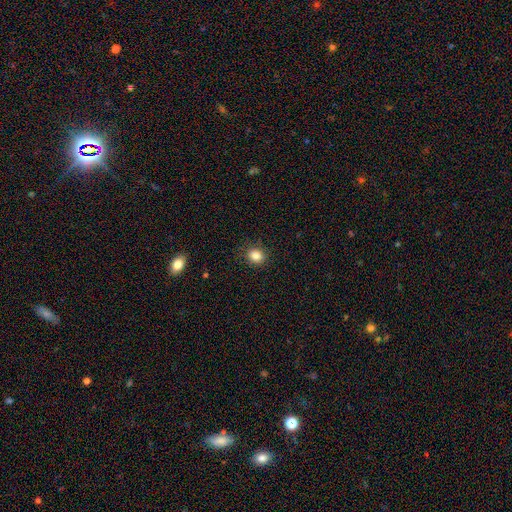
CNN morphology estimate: Q: Smooth or featured?
A: smooth (85%); runner-up: star or artifact (11%)
Q: How rounded?
A: round (63%); runner-up: in between (36%)
Q: Merging?
A: none (87%); runner-up: minor disturbance (9%)